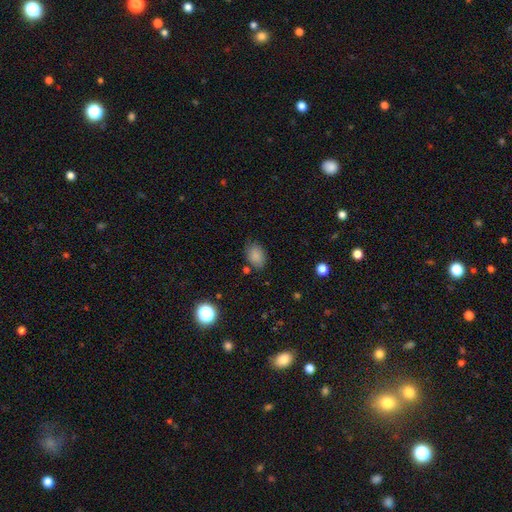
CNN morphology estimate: This appears to be a smooth galaxy with no disk features (85%) that is in between round and cigar-shaped (81%). Merging: none (76%).